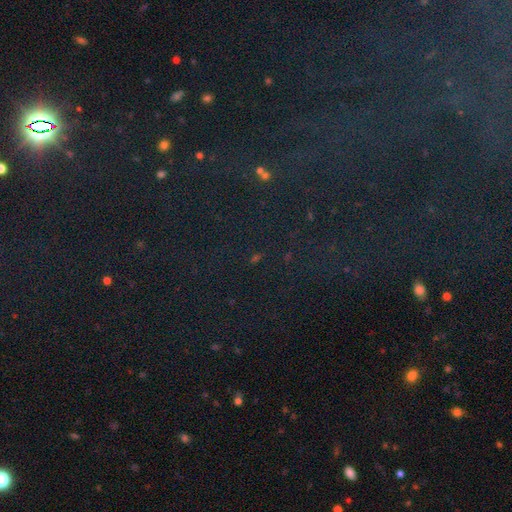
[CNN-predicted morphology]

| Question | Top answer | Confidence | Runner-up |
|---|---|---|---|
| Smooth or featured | star or artifact | 82% | smooth (10%) |